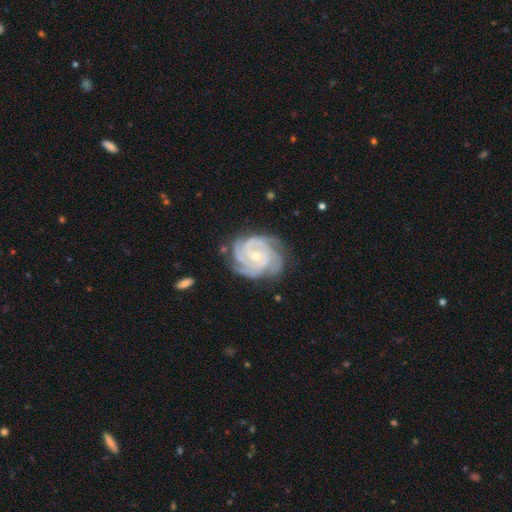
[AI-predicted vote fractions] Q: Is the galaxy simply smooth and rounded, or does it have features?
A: featured or disk — 92%.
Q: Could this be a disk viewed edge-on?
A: no — 98%.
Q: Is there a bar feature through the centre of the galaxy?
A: no — 62%.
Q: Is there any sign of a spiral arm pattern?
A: yes — 99%.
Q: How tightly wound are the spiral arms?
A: tight — 75%.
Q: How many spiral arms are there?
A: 3 — 34%.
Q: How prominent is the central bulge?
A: small — 64%.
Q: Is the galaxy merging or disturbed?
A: none — 75%.